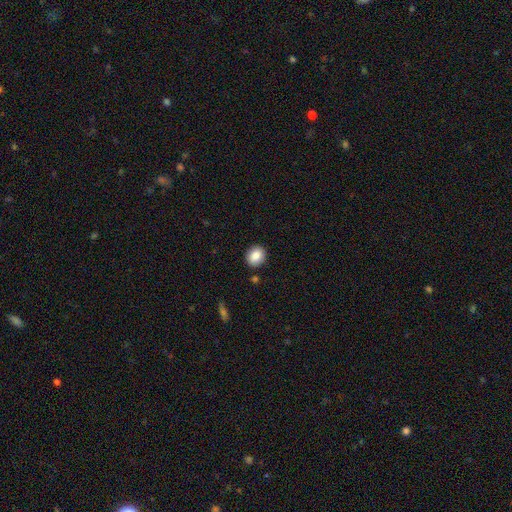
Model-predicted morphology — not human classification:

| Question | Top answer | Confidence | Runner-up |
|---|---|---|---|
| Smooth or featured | smooth | 86% | star or artifact (8%) |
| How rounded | round | 61% | in between (38%) |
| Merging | none | 88% | minor disturbance (8%) |